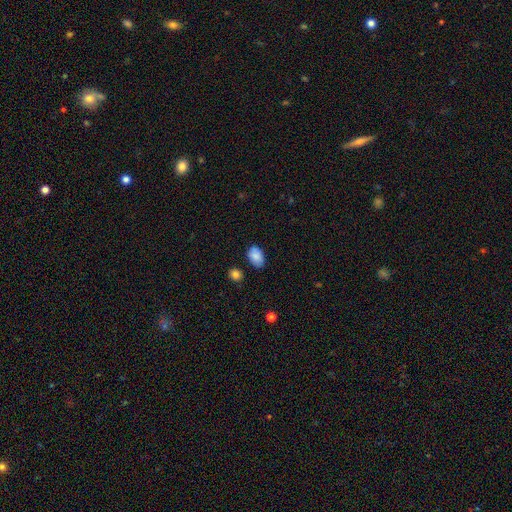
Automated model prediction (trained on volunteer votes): A smooth galaxy with no disk features (84%) that is in between round and cigar-shaped (90%).

Vote fractions:
- Smooth or featured? smooth: 84% / featured or disk: 8% / star or artifact: 8%
- How rounded? in between: 90% / round: 9% / cigar-shaped: 1%
- Merging? none: 75% / minor disturbance: 18% / merger: 4% / major disturbance: 3%